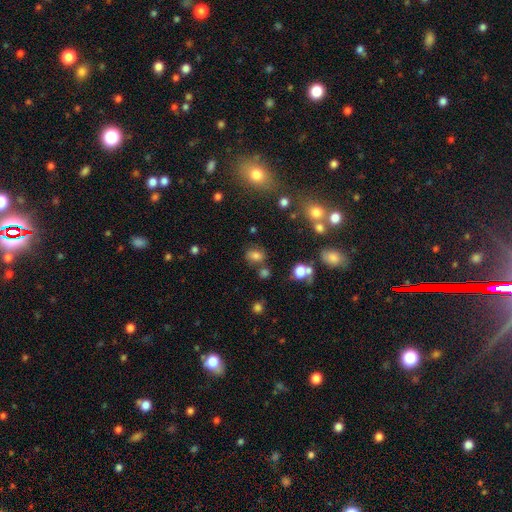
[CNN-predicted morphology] smooth-or-featured: smooth: 72% | star or artifact: 18% | featured or disk: 10%
  how-rounded: in between: 59% | round: 40% | cigar-shaped: 2%
  merging: none: 71% | minor disturbance: 15% | merger: 9% | major disturbance: 5%